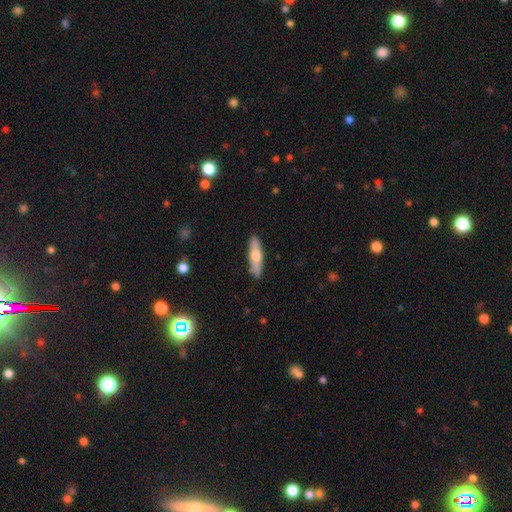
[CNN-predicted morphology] type=smooth (52%); roundness=cigar-shaped (72%); merging=none (87%).